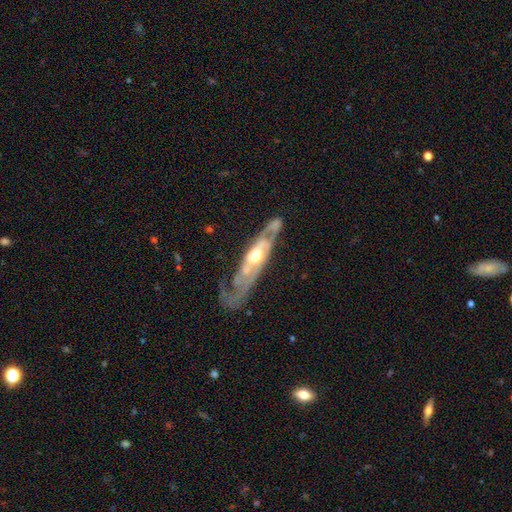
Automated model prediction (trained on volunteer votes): Smooth or featured? featured or disk (83%)
Edge-on disk? no (70%)
Bar? no (62%)
Spiral arms? yes (81%)
Bulge size? moderate (68%)
Merging? none (50%)